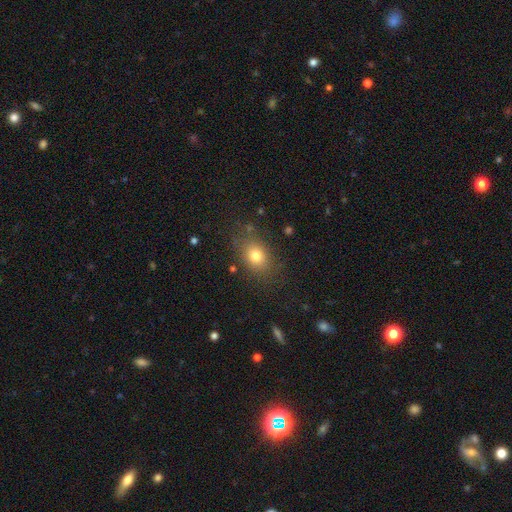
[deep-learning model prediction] Smooth or featured? smooth (77%)
How rounded? in between (60%)
Merging? none (80%)